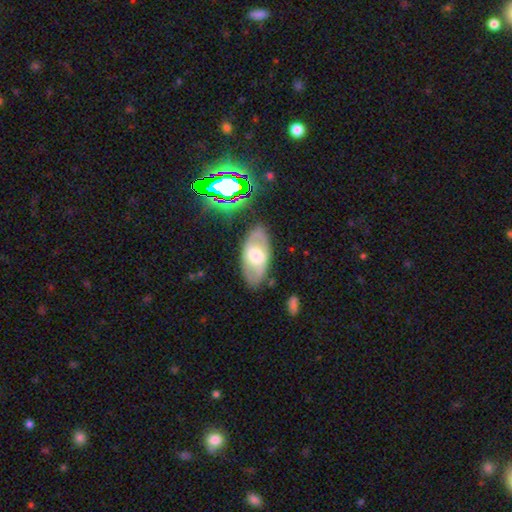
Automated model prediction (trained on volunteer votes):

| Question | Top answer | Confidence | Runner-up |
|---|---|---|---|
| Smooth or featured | featured or disk | 49% | smooth (43%) |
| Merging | none | 79% | minor disturbance (14%) |